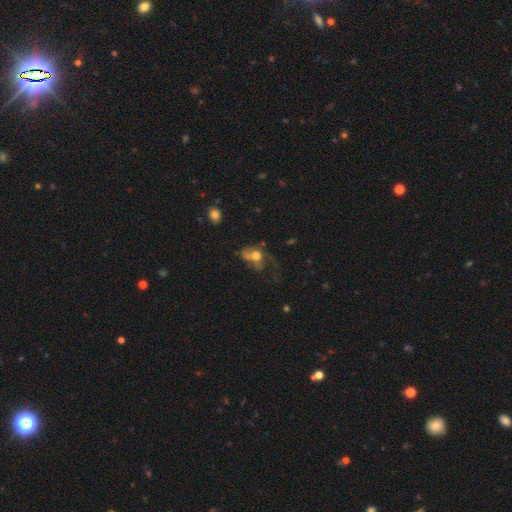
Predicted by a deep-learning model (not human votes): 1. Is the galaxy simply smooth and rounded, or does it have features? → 44% smooth (tied), 44% featured or disk (tied), 12% star or artifact.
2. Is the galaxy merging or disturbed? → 54% major disturbance, 21% none, 15% minor disturbance, 10% merger.